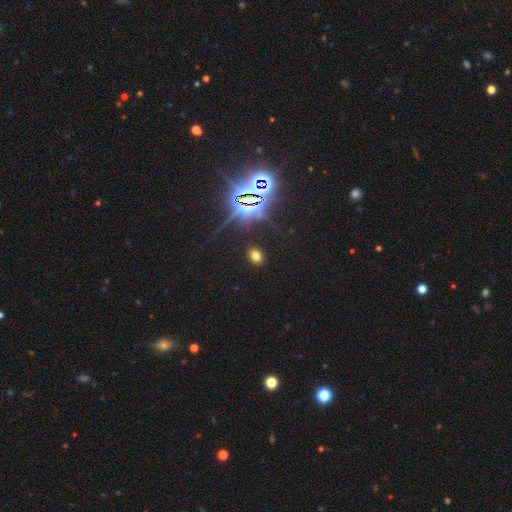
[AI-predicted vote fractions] A smooth galaxy with no disk features (62%) that is in between round and cigar-shaped (72%). Merging: none (89%).